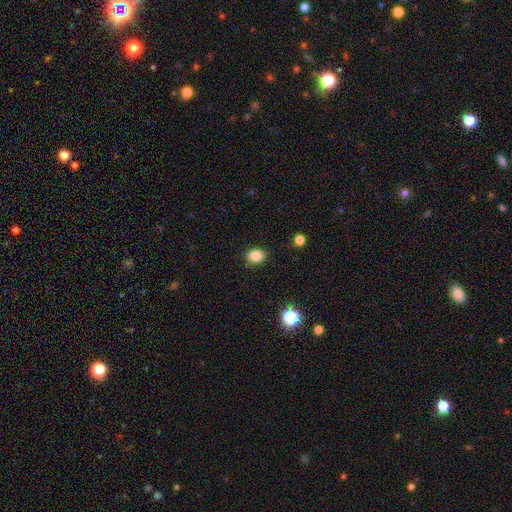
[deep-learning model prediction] This is clearly a smooth galaxy (84%). How rounded: possibly in between (52%). Merging: clearly none (86%).